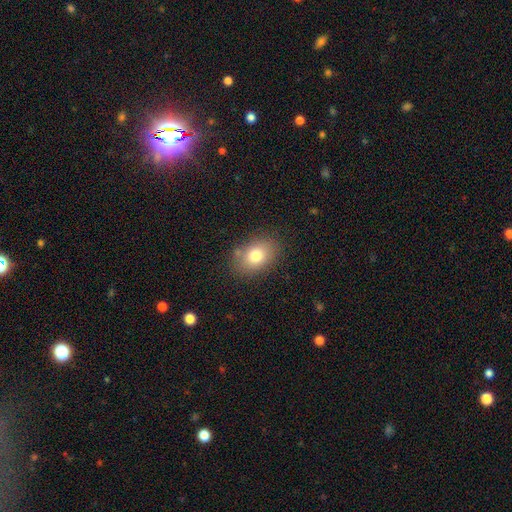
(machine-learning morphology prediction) Smooth or featured? smooth (79%)
How rounded? in between (76%)
Merging? none (80%)